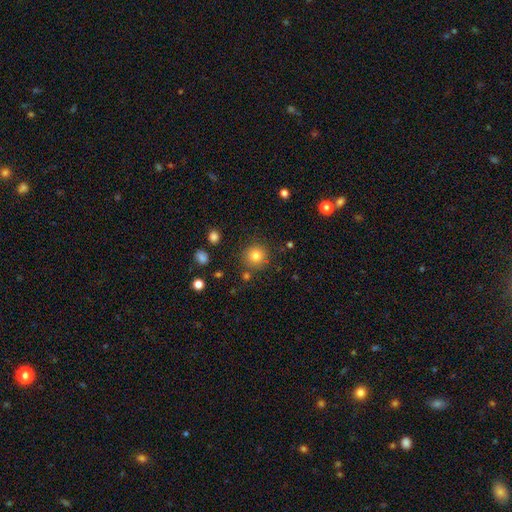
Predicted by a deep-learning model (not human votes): A smooth galaxy with no disk features (81%) that is round (92%).

Vote fractions:
- Smooth or featured? smooth: 81% / star or artifact: 12% / featured or disk: 7%
- How rounded? round: 92% / in between: 7% / cigar-shaped: 1%
- Merging? none: 84% / minor disturbance: 9% / merger: 4% / major disturbance: 3%